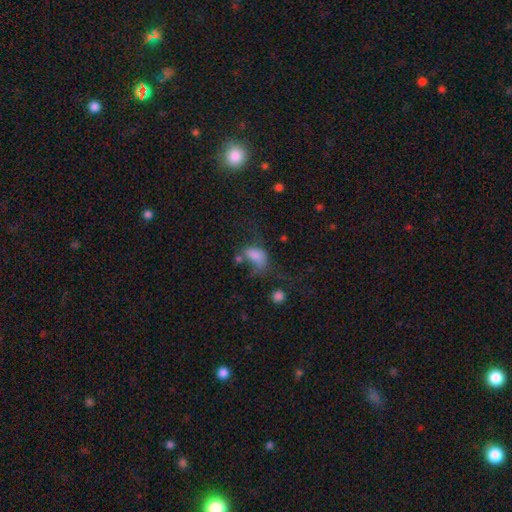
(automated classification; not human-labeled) Overall: smooth (68%). How rounded: in between (88%). Merging: major disturbance (43%; none 21%).